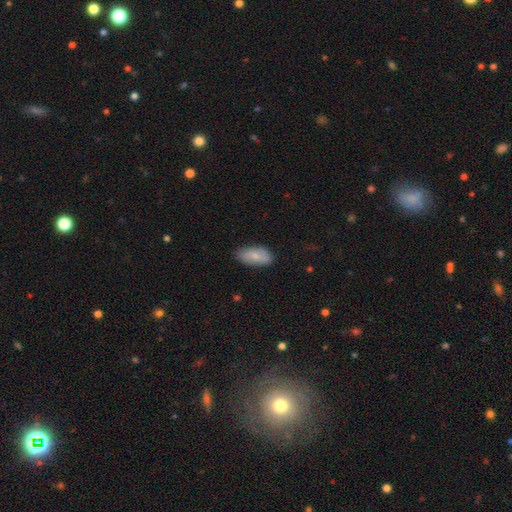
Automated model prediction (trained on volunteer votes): smooth_or_featured: smooth (p=0.68) [alt: featured or disk p=0.26]
how_rounded: in between (p=0.92) [alt: cigar-shaped p=0.05]
merging: none (p=0.77) [alt: minor disturbance p=0.18]